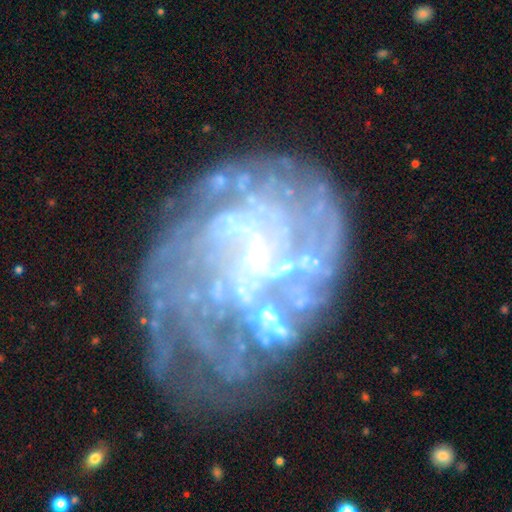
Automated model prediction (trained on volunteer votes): Smooth or featured? Predicted: featured or disk (p=0.78). Edge-on disk? Predicted: no (p=0.98). Bar? Predicted: no (p=0.50). Spiral arms? Predicted: yes (p=0.69). Spiral winding? Predicted: tight (p=0.49). Spiral arm count? Predicted: can't tell (p=0.50). Bulge size? Predicted: small (p=0.47). Merging? Predicted: none (p=0.50).